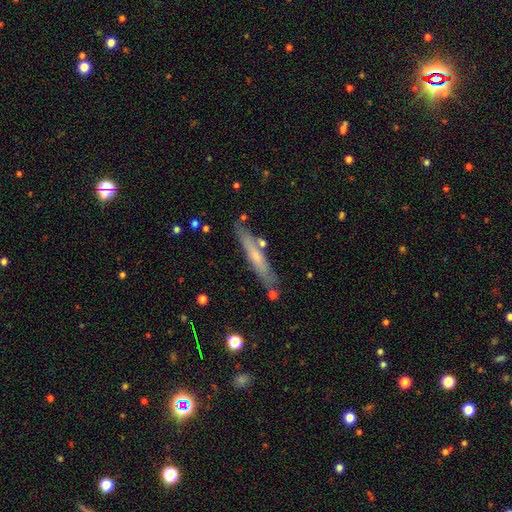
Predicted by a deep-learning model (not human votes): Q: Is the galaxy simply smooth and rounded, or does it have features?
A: smooth — 50%.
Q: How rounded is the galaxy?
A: cigar-shaped — 92%.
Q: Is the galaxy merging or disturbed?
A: none — 80%.